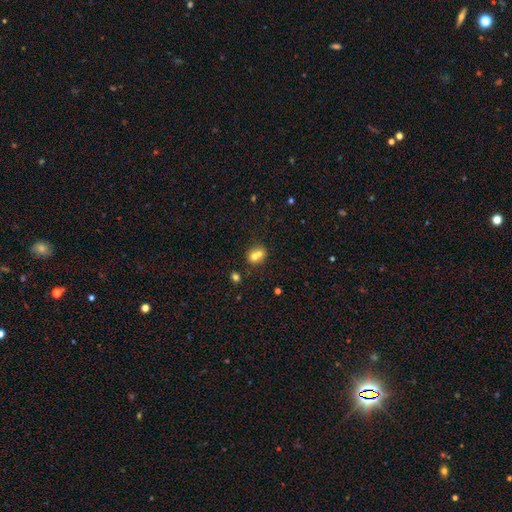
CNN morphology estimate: A smooth galaxy with no disk features (68%) that is round (65%). Merging: merger (60%).